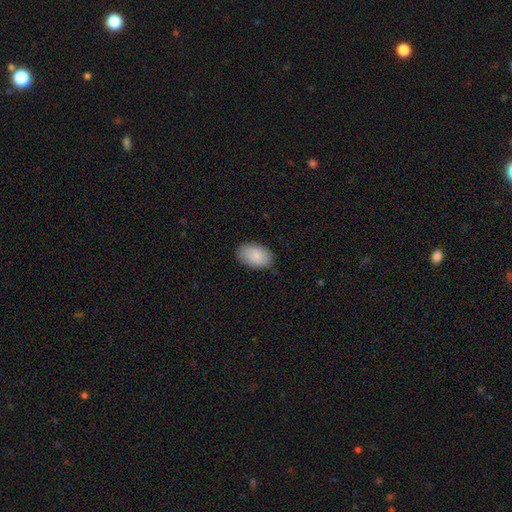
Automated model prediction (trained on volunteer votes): smooth 88%, featured or disk 7%, star or artifact 6%. Down the decision tree: how rounded — in between (93%); merging — none (85%).